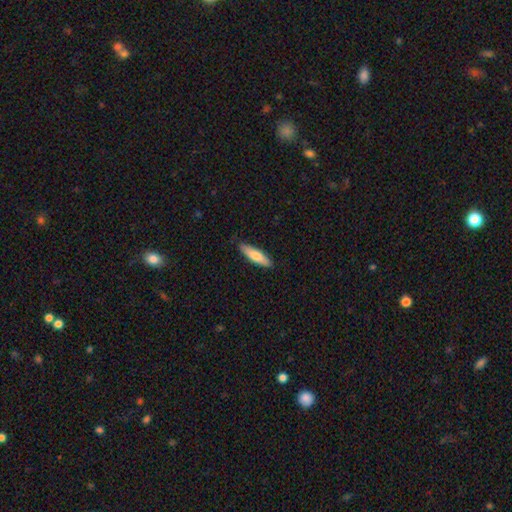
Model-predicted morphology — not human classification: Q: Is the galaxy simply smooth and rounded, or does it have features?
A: smooth — 72%.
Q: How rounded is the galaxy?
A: cigar-shaped — 68%.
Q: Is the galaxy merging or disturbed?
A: none — 86%.